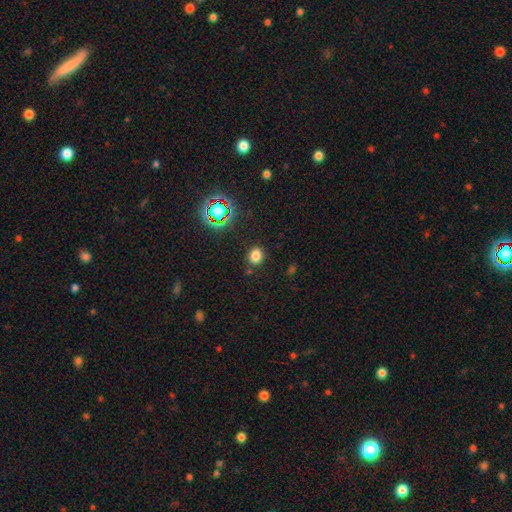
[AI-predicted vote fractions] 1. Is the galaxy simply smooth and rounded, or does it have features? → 75% smooth, 18% star or artifact, 7% featured or disk.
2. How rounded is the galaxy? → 58% round, 41% in between, 1% cigar-shaped.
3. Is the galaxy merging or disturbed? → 84% none, 10% minor disturbance, 3% merger, 3% major disturbance.